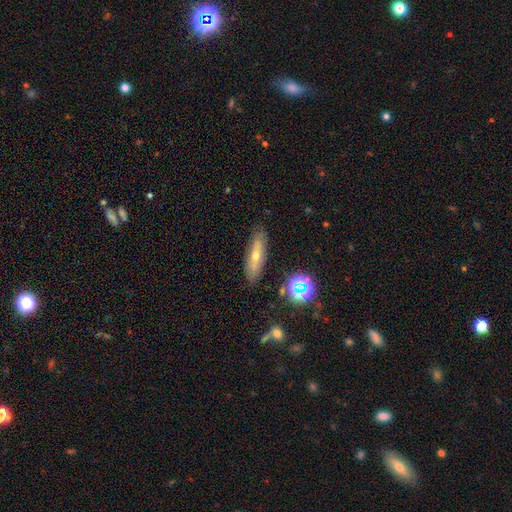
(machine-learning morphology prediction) Smooth or featured? smooth (48%)
Merging? none (84%)